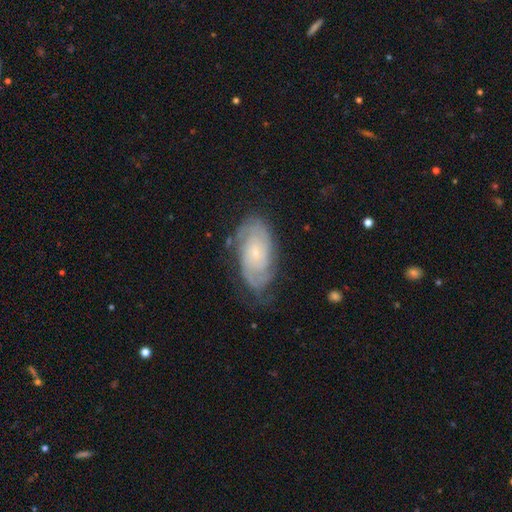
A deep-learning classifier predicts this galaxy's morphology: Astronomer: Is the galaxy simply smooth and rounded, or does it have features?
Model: featured or disk — 78%.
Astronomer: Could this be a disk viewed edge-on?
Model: no — 95%.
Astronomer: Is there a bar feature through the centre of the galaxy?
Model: no — 73%.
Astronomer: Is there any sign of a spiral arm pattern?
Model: yes — 95%.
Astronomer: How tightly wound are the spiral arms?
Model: tight — 69%.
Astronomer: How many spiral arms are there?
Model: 2 — 48% (runner-up: can't tell, 29%).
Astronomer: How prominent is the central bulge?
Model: small — 74%.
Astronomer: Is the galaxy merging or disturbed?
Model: none — 73%.